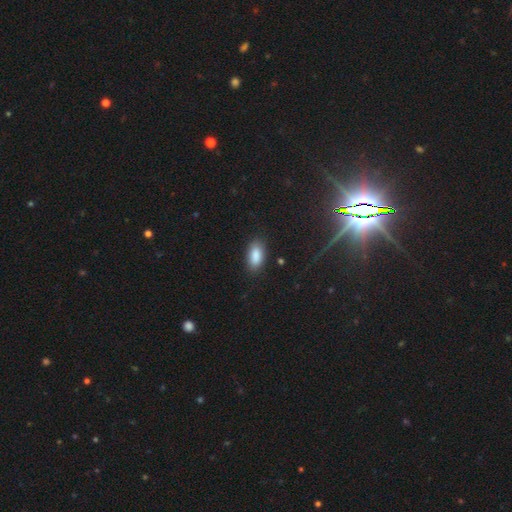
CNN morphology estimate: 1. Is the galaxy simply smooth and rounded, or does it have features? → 88% smooth, 7% star or artifact, 5% featured or disk.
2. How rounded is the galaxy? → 89% in between, 8% cigar-shaped, 3% round.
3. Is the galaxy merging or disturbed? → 84% none, 12% minor disturbance, 3% major disturbance, 1% merger.